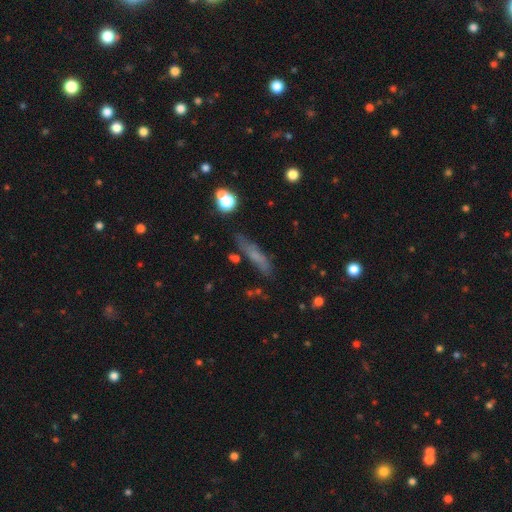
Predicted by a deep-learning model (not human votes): Overall: smooth (60%; featured or disk 27%). How rounded: cigar-shaped (82%). Merging: none (72%).